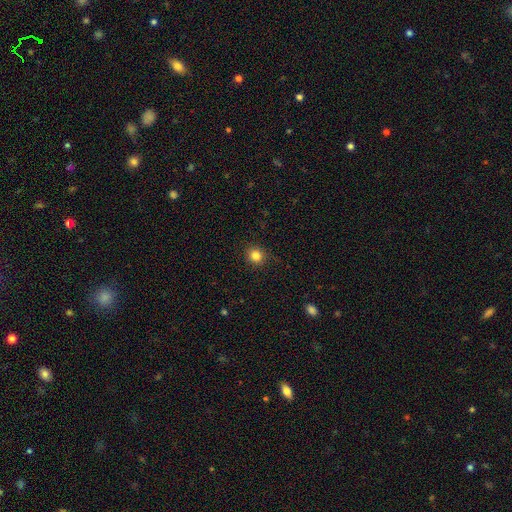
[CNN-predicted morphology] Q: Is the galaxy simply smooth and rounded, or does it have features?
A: smooth — 83%.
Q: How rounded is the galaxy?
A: round — 85%.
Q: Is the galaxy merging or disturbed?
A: none — 89%.